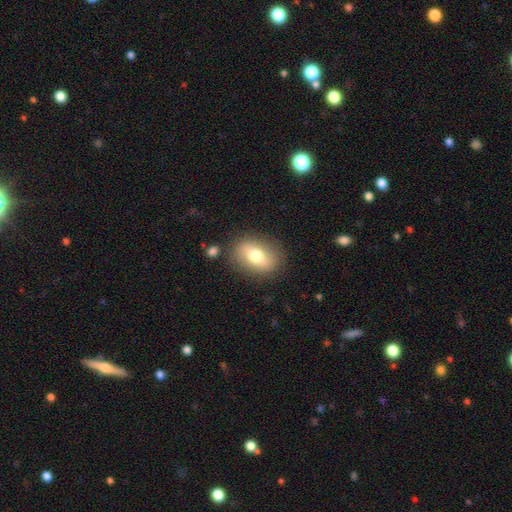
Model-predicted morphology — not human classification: A smooth galaxy with no disk features (69%) that is in between round and cigar-shaped (74%).

Vote fractions:
- Smooth or featured? smooth: 69% / featured or disk: 23% / star or artifact: 8%
- How rounded? in between: 74% / round: 24% / cigar-shaped: 2%
- Merging? none: 83% / minor disturbance: 11% / major disturbance: 4% / merger: 3%